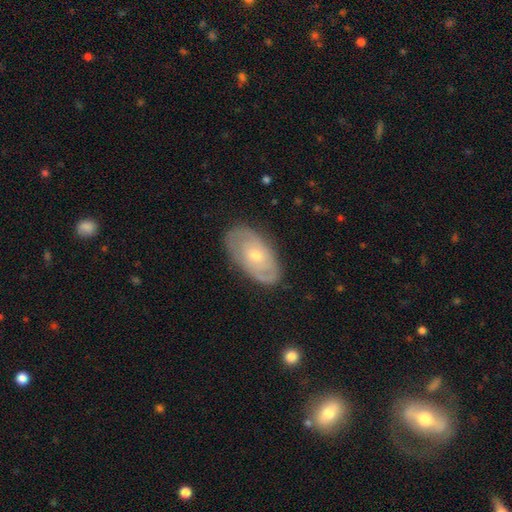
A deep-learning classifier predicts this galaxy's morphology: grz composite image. It shows a featured or disk galaxy (69%) with no bar (79%), spiral arms (78%) and a small central bulge (56%). Merging: none (80%).